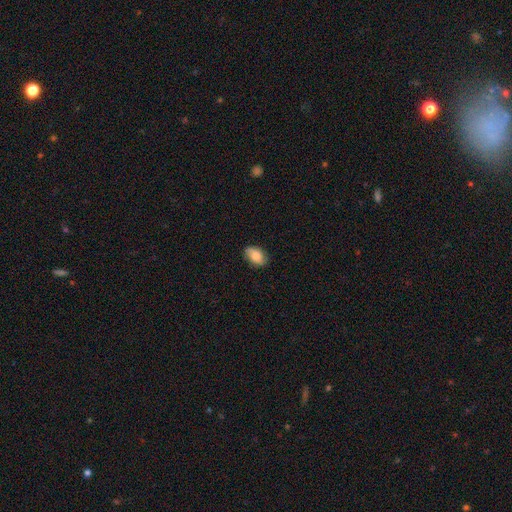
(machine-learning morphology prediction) A smooth galaxy with no disk features (78%) that is in between round and cigar-shaped (88%). Merging: none (82%).